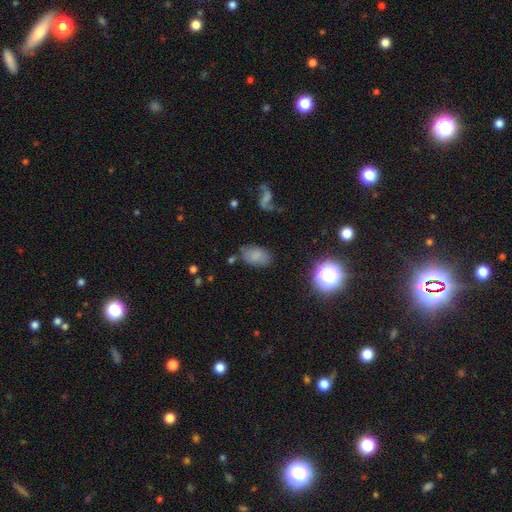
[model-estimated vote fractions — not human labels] This appears to be a smooth galaxy with no disk features (77%) that is in between round and cigar-shaped (91%). Merging: none (71%).